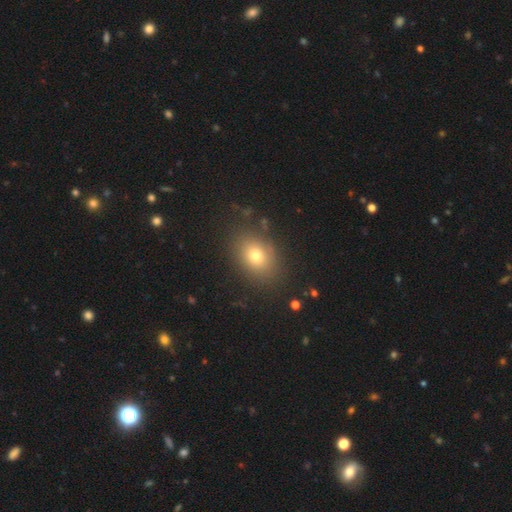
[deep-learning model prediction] Smooth or featured: smooth — 76% (star or artifact — 12%)
How rounded: in between — 68% (round — 31%)
Merging: none — 82% (minor disturbance — 12%)